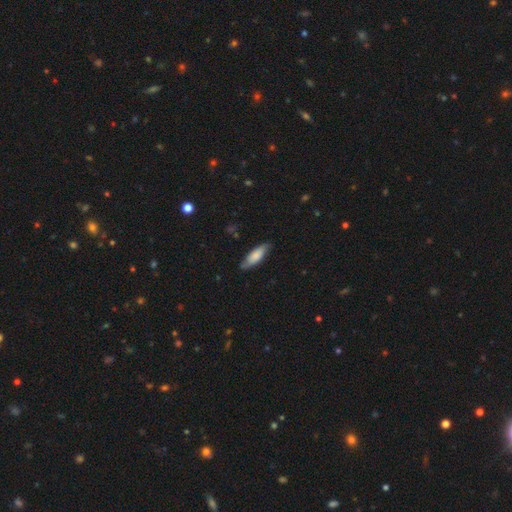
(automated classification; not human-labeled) Q: Smooth or featured?
A: smooth (71%); runner-up: featured or disk (23%)
Q: How rounded?
A: in between (56%); runner-up: cigar-shaped (42%)
Q: Merging?
A: none (79%); runner-up: minor disturbance (17%)